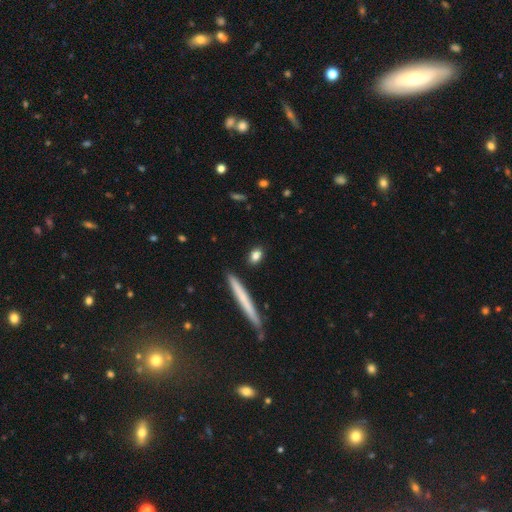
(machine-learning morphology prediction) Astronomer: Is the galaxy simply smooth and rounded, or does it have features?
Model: smooth — 82%.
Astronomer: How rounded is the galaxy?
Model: in between — 65%.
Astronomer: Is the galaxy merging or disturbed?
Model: none — 88%.